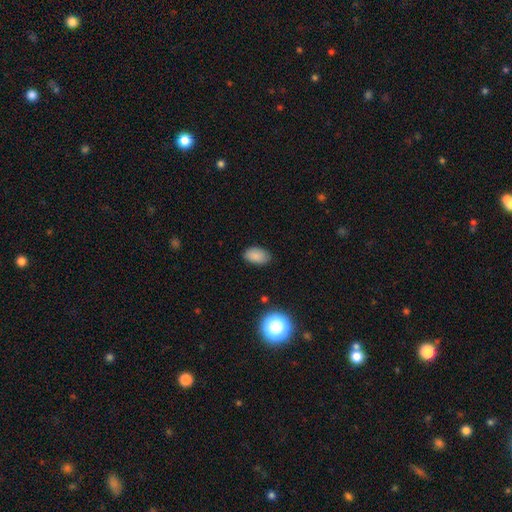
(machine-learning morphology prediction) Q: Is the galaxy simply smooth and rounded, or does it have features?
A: smooth — 84%.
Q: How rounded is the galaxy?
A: in between — 91%.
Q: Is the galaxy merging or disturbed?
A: none — 83%.